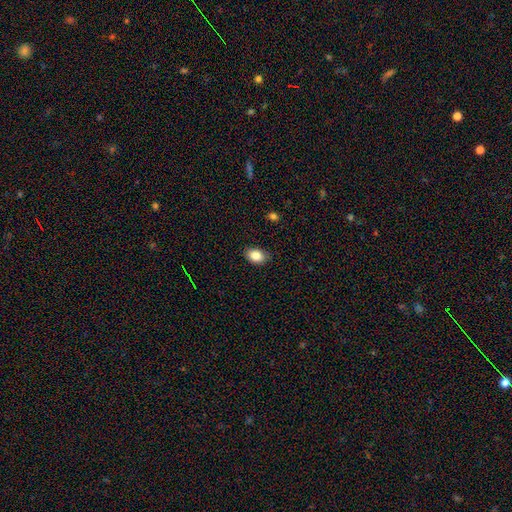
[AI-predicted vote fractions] A smooth galaxy with no disk features (86%) that is in between round and cigar-shaped (77%). Merging: none (85%).